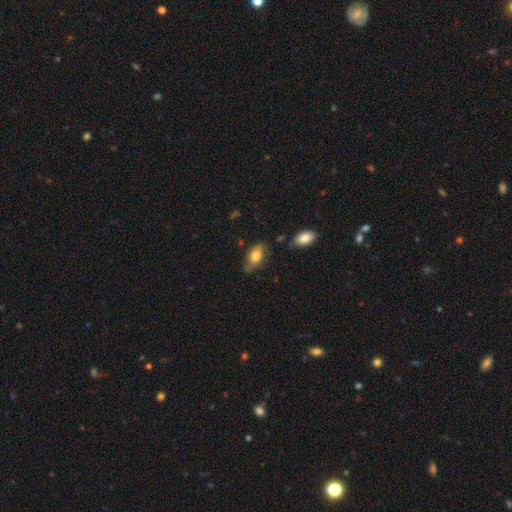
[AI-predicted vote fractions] Q: Smooth or featured?
A: smooth (76%); runner-up: featured or disk (17%)
Q: How rounded?
A: in between (90%); runner-up: round (7%)
Q: Merging?
A: none (61%); runner-up: minor disturbance (29%)